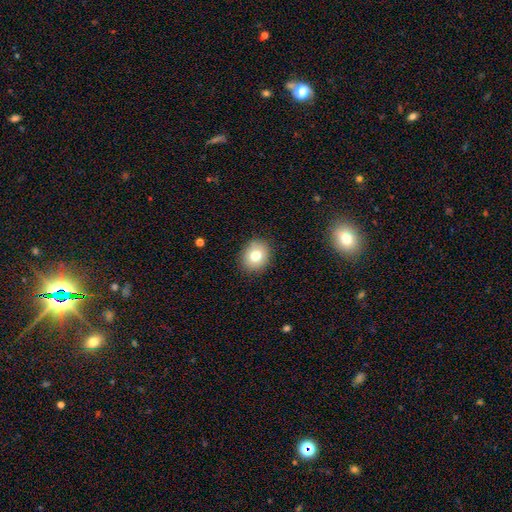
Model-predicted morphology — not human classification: smooth-or-featured: smooth: 77% | featured or disk: 12% | star or artifact: 10%
  how-rounded: round: 67% | in between: 32% | cigar-shaped: 1%
  merging: none: 88% | minor disturbance: 9% | major disturbance: 2% | merger: 1%